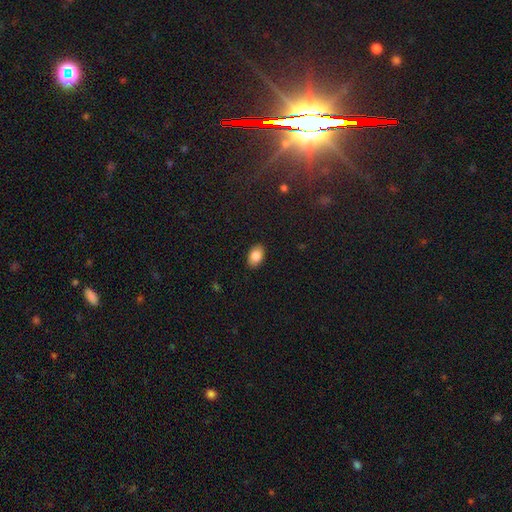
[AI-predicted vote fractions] smooth_or_featured: smooth (p=0.85) [alt: star or artifact p=0.08]
how_rounded: in between (p=0.90) [alt: round p=0.09]
merging: none (p=0.89) [alt: minor disturbance p=0.08]